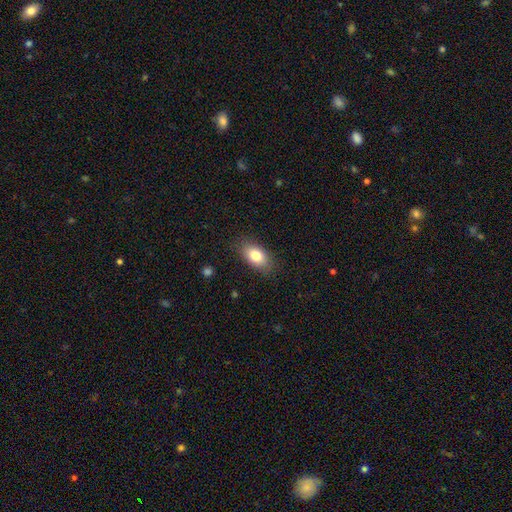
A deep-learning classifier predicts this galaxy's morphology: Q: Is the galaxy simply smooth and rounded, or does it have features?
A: smooth — 80%.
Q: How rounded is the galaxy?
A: in between — 90%.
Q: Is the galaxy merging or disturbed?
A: none — 85%.